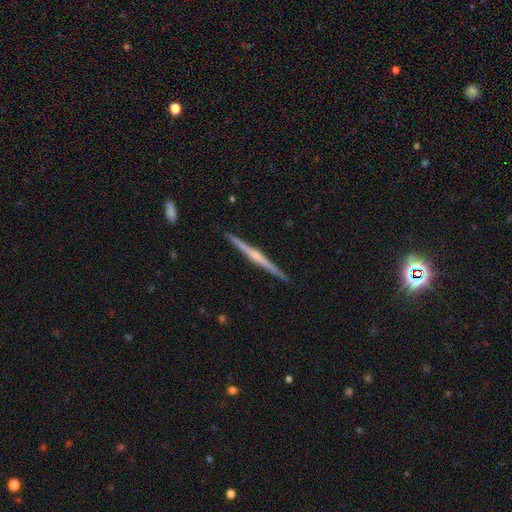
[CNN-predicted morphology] smooth_or_featured: featured or disk (p=0.76) [alt: smooth p=0.19]
disk_edge_on: yes (p=0.98) [alt: no p=0.02]
edge_on_bulge: rounded (p=0.63) [alt: none p=0.27]
merging: none (p=0.92) [alt: minor disturbance p=0.06]